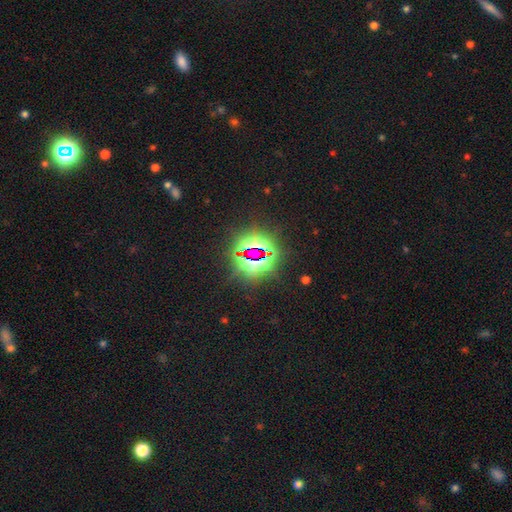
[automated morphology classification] Q: Smooth or featured?
A: star or artifact (81%); runner-up: smooth (11%)